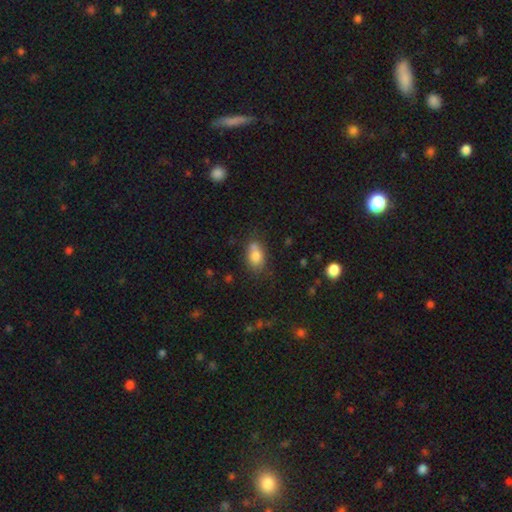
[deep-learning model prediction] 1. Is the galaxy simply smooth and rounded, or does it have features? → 77% smooth, 13% featured or disk, 10% star or artifact.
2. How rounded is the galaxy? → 73% in between, 25% round, 2% cigar-shaped.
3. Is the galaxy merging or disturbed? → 51% none, 26% merger, 18% minor disturbance, 5% major disturbance.